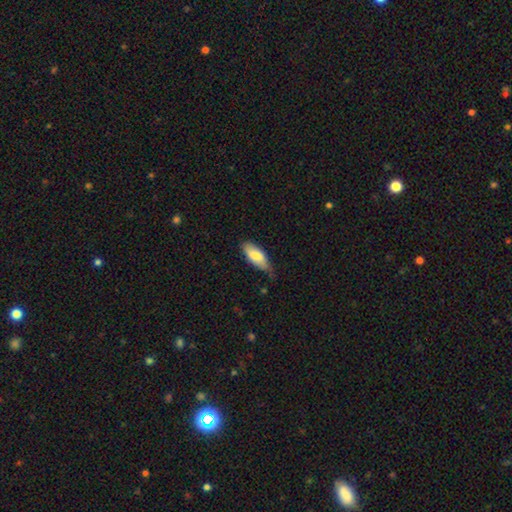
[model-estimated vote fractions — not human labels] Overall: smooth (80%). How rounded: in between (81%). Merging: none (57%; minor disturbance 36%).